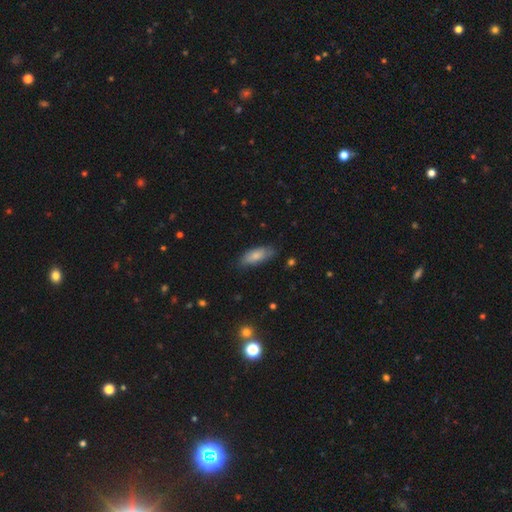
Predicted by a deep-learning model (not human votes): Smooth or featured: smooth — 82% (featured or disk — 12%)
How rounded: in between — 73% (cigar-shaped — 25%)
Merging: none — 77% (minor disturbance — 19%)